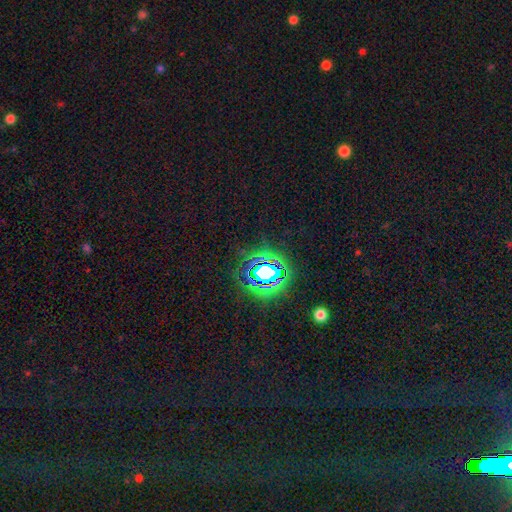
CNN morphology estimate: Smooth or featured? Predicted: star or artifact (p=0.82).